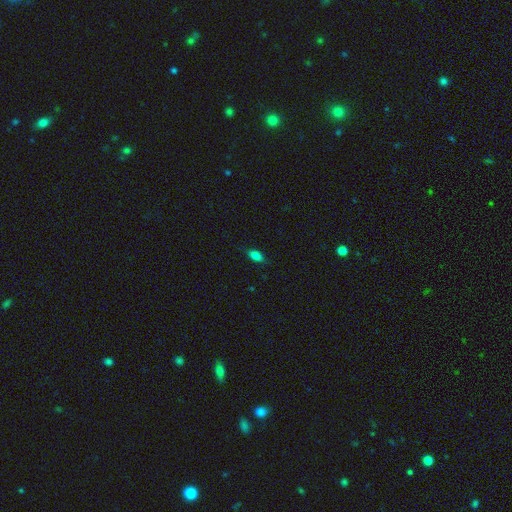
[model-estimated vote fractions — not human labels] A smooth galaxy with no disk features (76%) that is in between round and cigar-shaped (81%). Merging: none (80%).